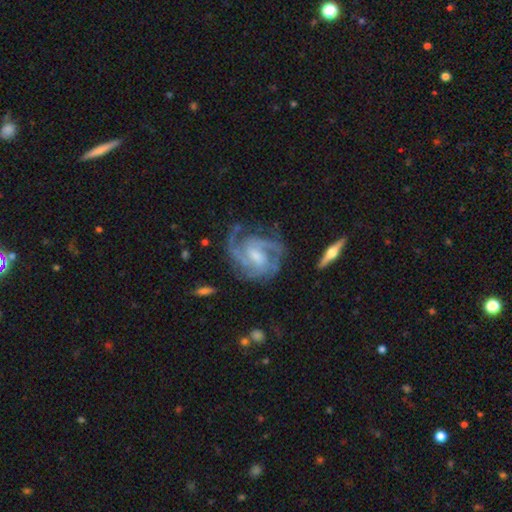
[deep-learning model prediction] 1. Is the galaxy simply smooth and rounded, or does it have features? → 91% featured or disk, 5% smooth, 4% star or artifact.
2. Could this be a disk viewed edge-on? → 98% no, 2% yes.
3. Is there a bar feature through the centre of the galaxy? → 52% weak, 27% no, 20% strong.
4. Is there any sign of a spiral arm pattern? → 98% yes, 2% no.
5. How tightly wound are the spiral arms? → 49% tight, 43% medium, 8% loose.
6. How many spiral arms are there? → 35% 3 (tied), 35% 2 (tied), 13% can't tell, 8% 4, 5% 1, 5% more than 4.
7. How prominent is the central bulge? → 47% moderate, 37% small, 9% none, 6% large, 1% dominant.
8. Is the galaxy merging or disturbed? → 67% none, 19% minor disturbance, 11% major disturbance, 2% merger.